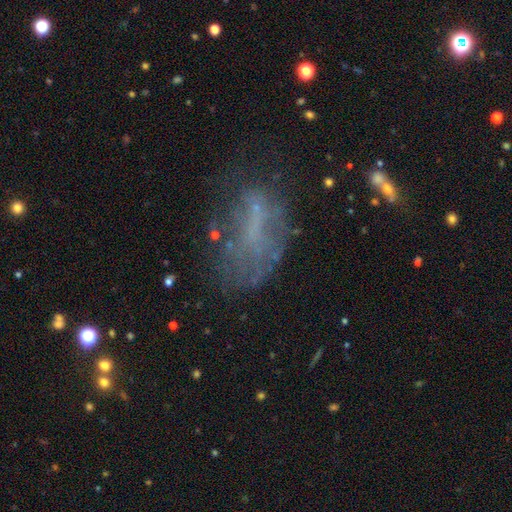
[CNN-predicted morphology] smooth_or_featured: featured or disk (p=0.38) [alt: smooth p=0.37]
merging: none (p=0.44) [alt: major disturbance p=0.28]